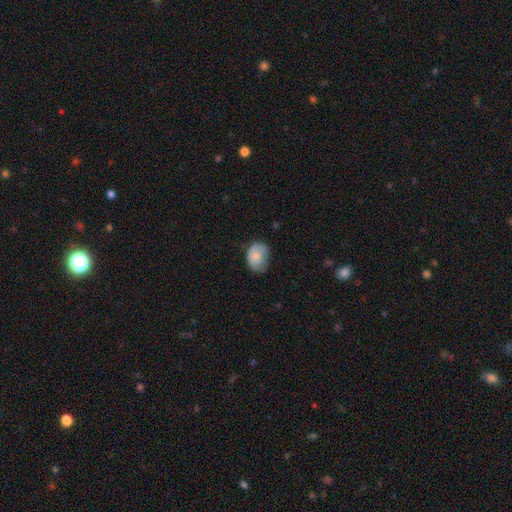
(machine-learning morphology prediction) smooth_or_featured: smooth (p=0.78) [alt: featured or disk p=0.15]
how_rounded: in between (p=0.67) [alt: round p=0.32]
merging: none (p=0.52) [alt: minor disturbance p=0.35]